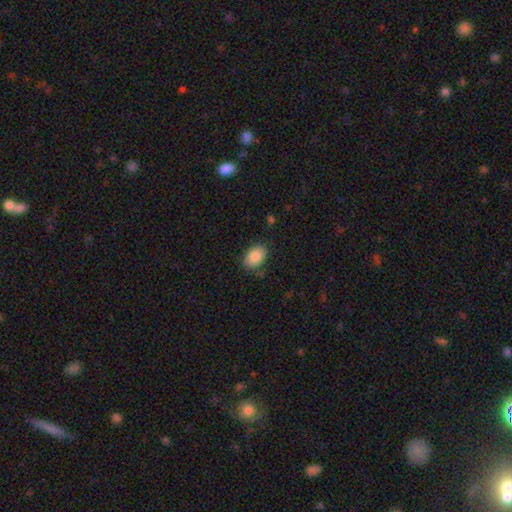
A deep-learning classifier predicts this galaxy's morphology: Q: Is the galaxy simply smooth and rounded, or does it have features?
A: smooth — 86%.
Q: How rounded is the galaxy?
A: in between — 83%.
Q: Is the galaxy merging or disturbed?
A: none — 79%.